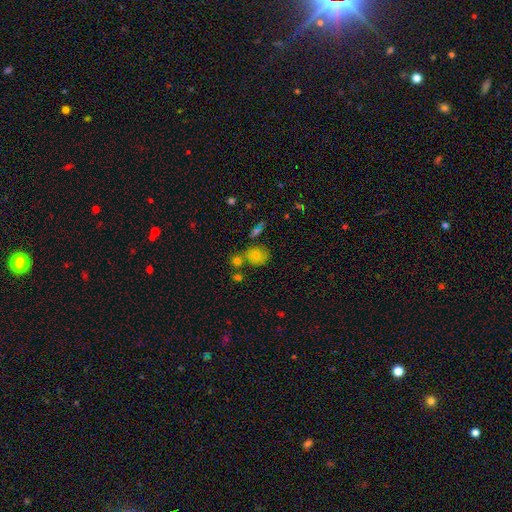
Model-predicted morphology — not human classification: type=smooth (73%); roundness=round (67%); merging=none (56%).